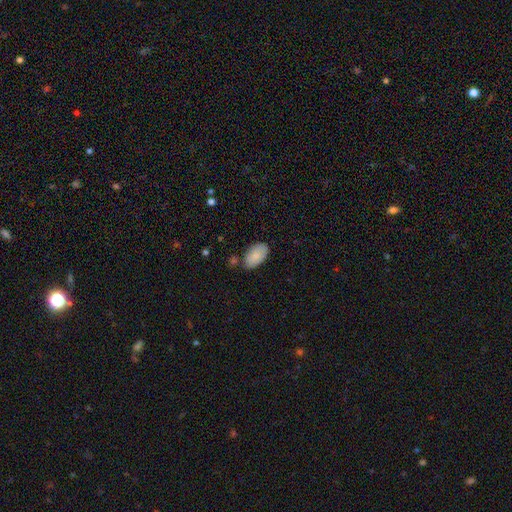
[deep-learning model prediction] Morphology: type=smooth (85%); roundness=in between (95%); merging=none (74%).